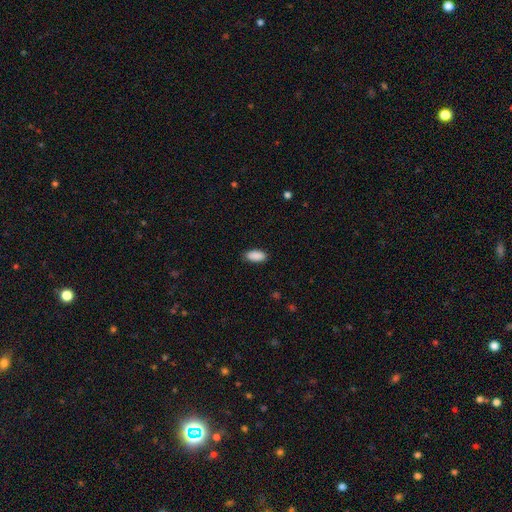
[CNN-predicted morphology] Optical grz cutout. It shows a smooth galaxy with no disk features (90%) that is in between round and cigar-shaped (90%). Merging: none (87%).